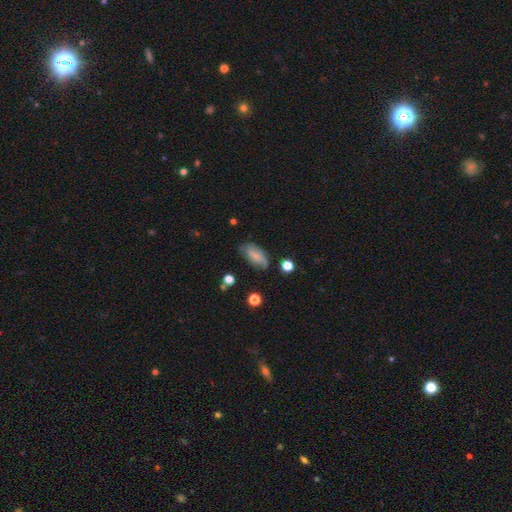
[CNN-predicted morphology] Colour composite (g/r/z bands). It shows a smooth galaxy with no disk features (68%) that is in between round and cigar-shaped (87%). Merging: none (59%).